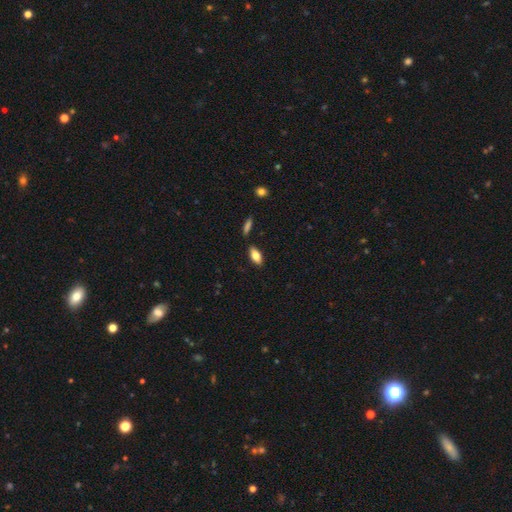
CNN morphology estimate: Smooth or featured: smooth — 77% (featured or disk — 17%)
How rounded: in between — 85% (cigar-shaped — 12%)
Merging: none — 83% (minor disturbance — 11%)